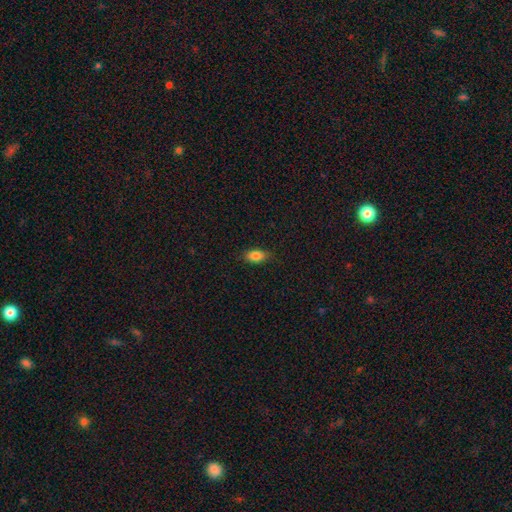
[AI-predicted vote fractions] Q: Smooth or featured?
A: smooth (85%); runner-up: star or artifact (8%)
Q: How rounded?
A: in between (87%); runner-up: round (8%)
Q: Merging?
A: none (84%); runner-up: minor disturbance (12%)